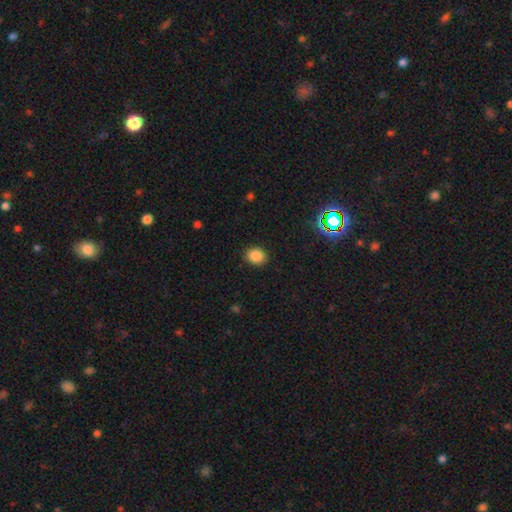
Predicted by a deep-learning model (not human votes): Smooth or featured?
  - smooth: 86% *
  - star or artifact: 11%
  - featured or disk: 4%
How rounded?
  - round: 59% *
  - in between: 40%
  - cigar-shaped: 1%
Merging?
  - none: 89% *
  - minor disturbance: 8%
  - major disturbance: 2%
  - merger: 1%